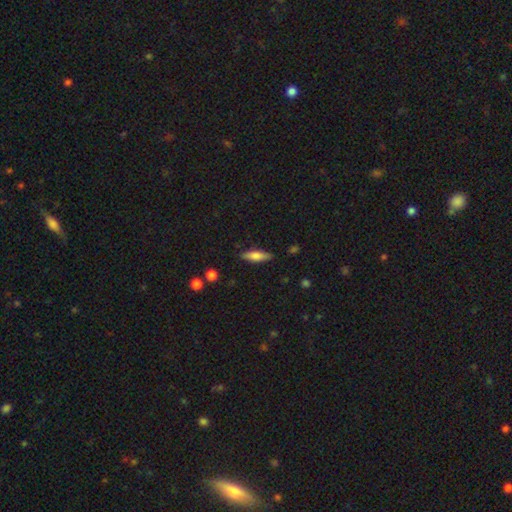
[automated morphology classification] The model was most divided on "how rounded": cigar-shaped: 57%, in between: 41%, round: 2%. More confident: merging — none (86%); smooth or featured — smooth (66%).